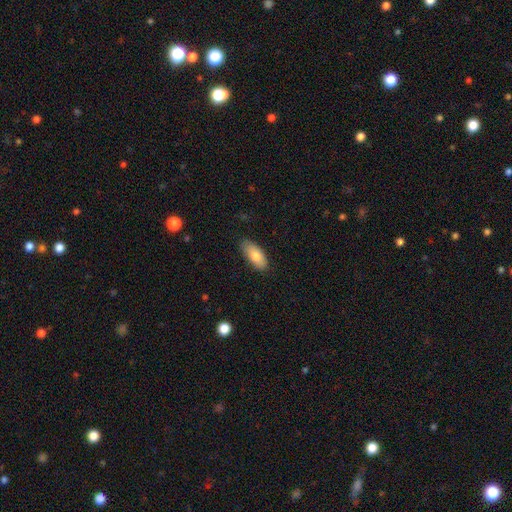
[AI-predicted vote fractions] A smooth galaxy with no disk features (80%) that is in between round and cigar-shaped (85%).

Vote fractions:
- Smooth or featured? smooth: 80% / featured or disk: 13% / star or artifact: 7%
- How rounded? in between: 85% / cigar-shaped: 13% / round: 2%
- Merging? none: 83% / minor disturbance: 13% / major disturbance: 2% / merger: 1%